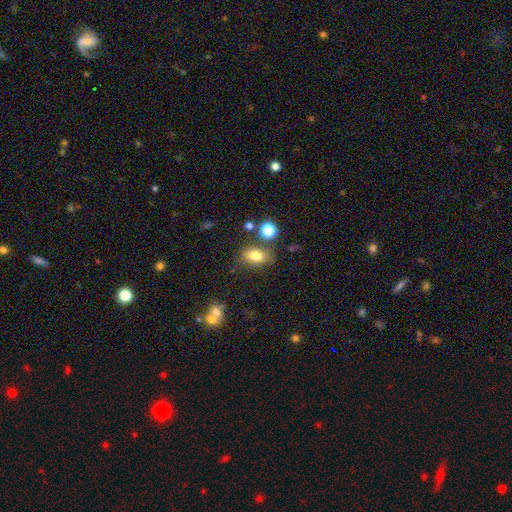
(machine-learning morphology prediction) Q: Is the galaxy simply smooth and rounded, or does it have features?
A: smooth — 78%.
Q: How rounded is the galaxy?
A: in between — 77%.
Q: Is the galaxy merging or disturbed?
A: none — 74%.